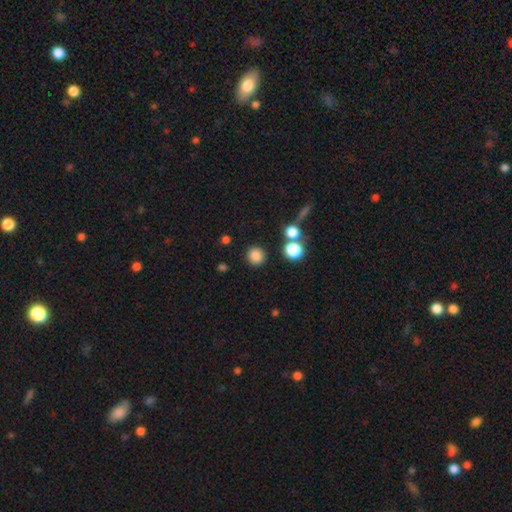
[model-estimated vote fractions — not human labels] Smooth or featured: smooth — 83% (star or artifact — 12%)
How rounded: round — 93% (in between — 6%)
Merging: none — 87% (minor disturbance — 6%)